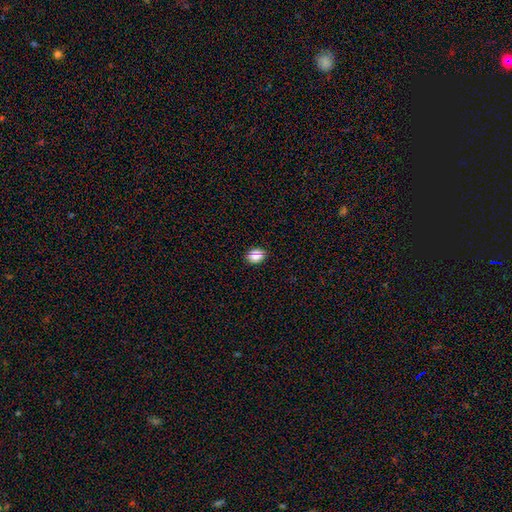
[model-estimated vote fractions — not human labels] The model was most divided on "how rounded": in between: 51%, round: 48%, cigar-shaped: 1%. More confident: merging — none (88%); smooth or featured — smooth (83%).